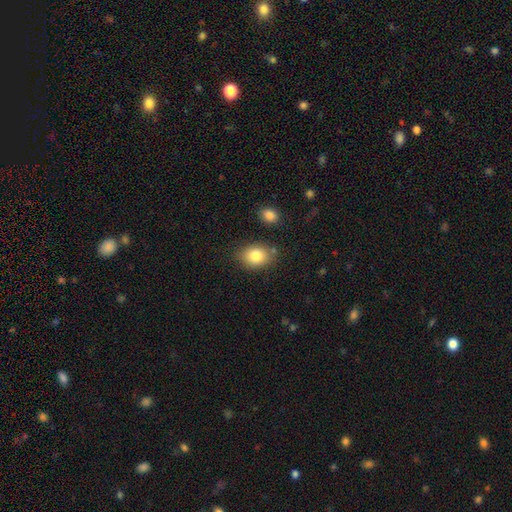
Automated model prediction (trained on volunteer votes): smooth-or-featured: smooth: 81% | featured or disk: 10% | star or artifact: 9%
  how-rounded: in between: 67% | round: 32% | cigar-shaped: 1%
  merging: none: 77% | minor disturbance: 14% | merger: 6% | major disturbance: 3%